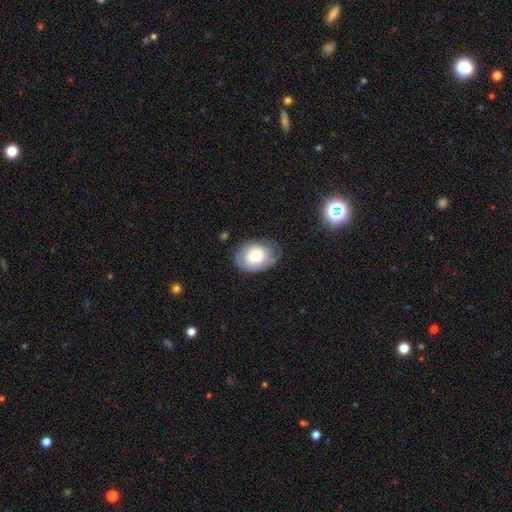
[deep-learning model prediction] Q: Smooth or featured?
A: smooth (54%); runner-up: featured or disk (39%)
Q: How rounded?
A: in between (69%); runner-up: round (30%)
Q: Merging?
A: none (65%); runner-up: minor disturbance (25%)